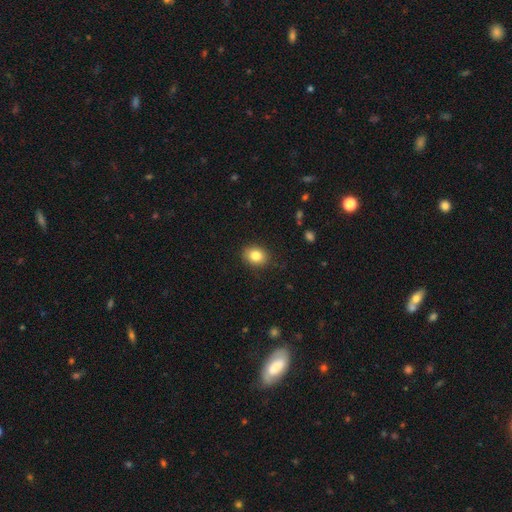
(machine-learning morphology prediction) A smooth galaxy with no disk features (84%) that is in between round and cigar-shaped (52%). Merging: none (87%).